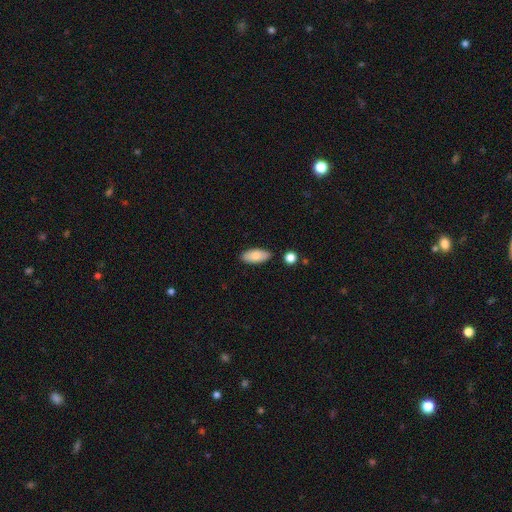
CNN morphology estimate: A smooth galaxy with no disk features (82%) that is in between round and cigar-shaped (87%).

Vote fractions:
- Smooth or featured? smooth: 82% / featured or disk: 11% / star or artifact: 6%
- How rounded? in between: 87% / cigar-shaped: 11% / round: 2%
- Merging? none: 85% / minor disturbance: 10% / merger: 3% / major disturbance: 2%